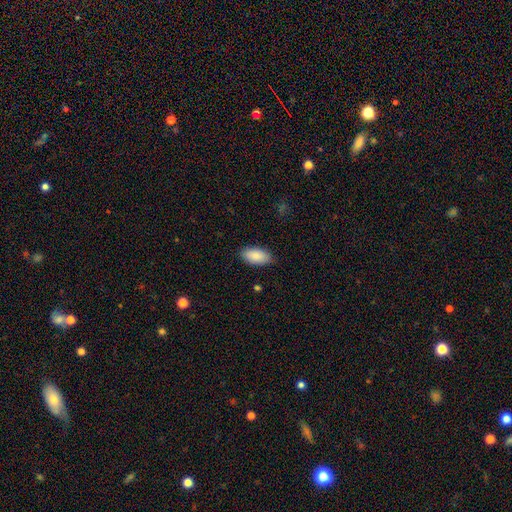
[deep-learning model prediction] Q: Smooth or featured?
A: smooth (88%); runner-up: star or artifact (6%)
Q: How rounded?
A: in between (93%); runner-up: cigar-shaped (5%)
Q: Merging?
A: none (84%); runner-up: minor disturbance (13%)